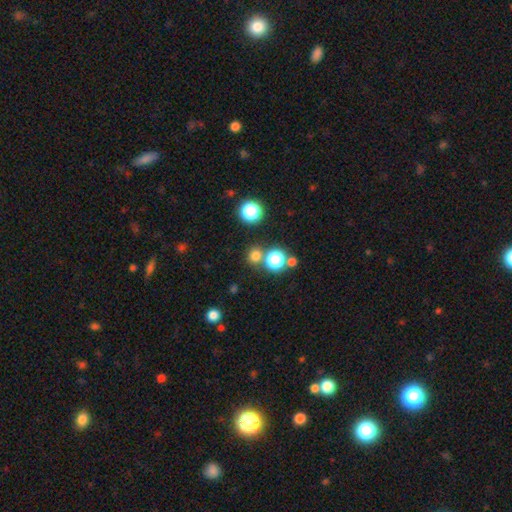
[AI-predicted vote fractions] smooth 72%, star or artifact 23%, featured or disk 6%. Down the decision tree: how rounded — round (89%); merging — none (76%).